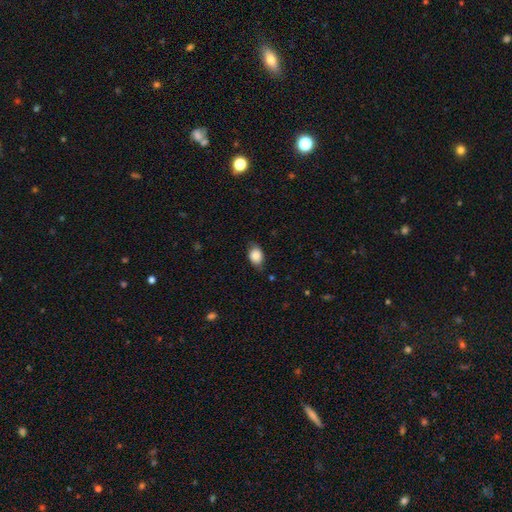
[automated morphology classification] Smooth or featured? Predicted: smooth (p=0.86). How rounded? Predicted: in between (p=0.76). Merging? Predicted: none (p=0.73).